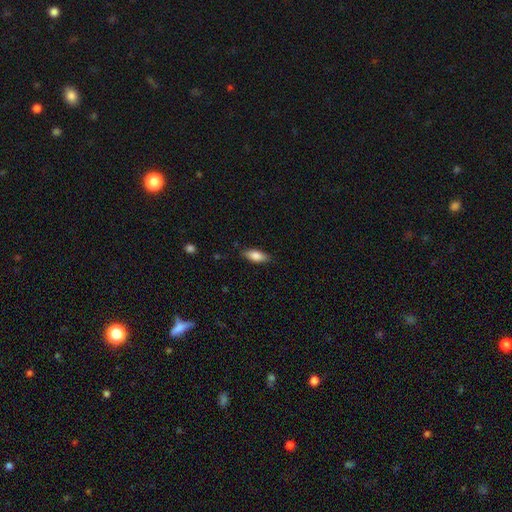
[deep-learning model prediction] A smooth galaxy with no disk features (83%) that is in between round and cigar-shaped (73%).

Vote fractions:
- Smooth or featured? smooth: 83% / featured or disk: 11% / star or artifact: 6%
- How rounded? in between: 73% / cigar-shaped: 24% / round: 2%
- Merging? none: 84% / minor disturbance: 12% / major disturbance: 3% / merger: 1%